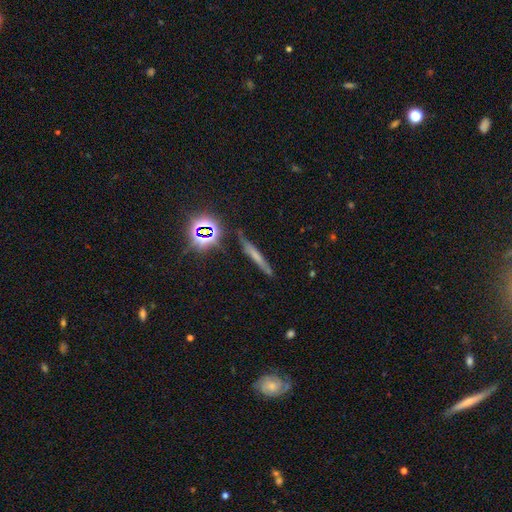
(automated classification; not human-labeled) A smooth galaxy with no disk features (49%).

Vote fractions:
- Smooth or featured? smooth: 49% / featured or disk: 29% / star or artifact: 22%
- Merging? none: 82% / minor disturbance: 12% / major disturbance: 3% / merger: 3%